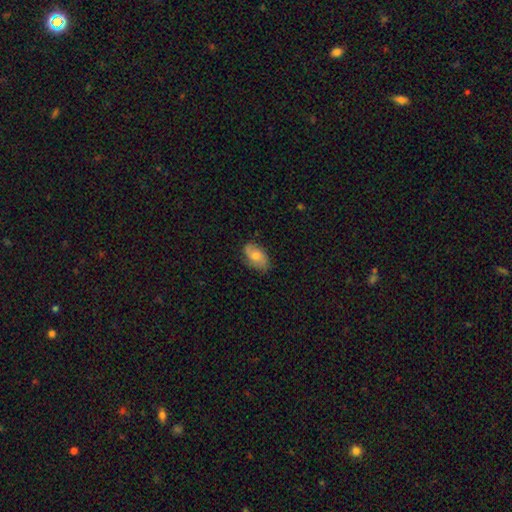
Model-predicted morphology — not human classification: Smooth or featured: smooth — 59% (featured or disk — 34%)
How rounded: in between — 91% (round — 6%)
Merging: none — 74% (minor disturbance — 21%)